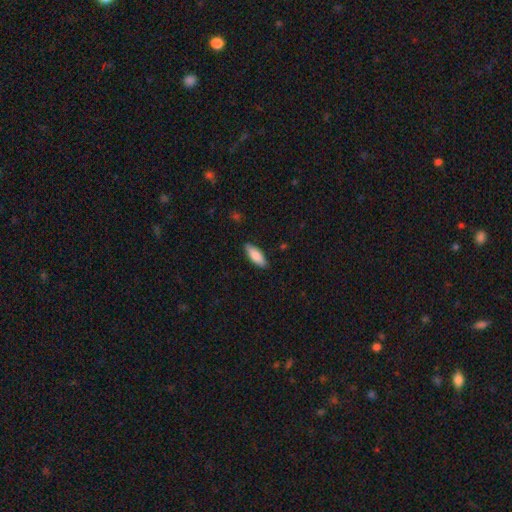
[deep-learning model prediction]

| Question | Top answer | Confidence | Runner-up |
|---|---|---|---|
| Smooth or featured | smooth | 84% | featured or disk (11%) |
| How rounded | in between | 71% | cigar-shaped (27%) |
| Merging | none | 87% | minor disturbance (10%) |